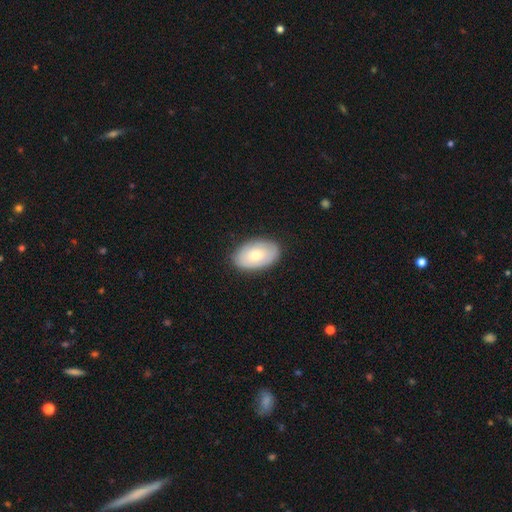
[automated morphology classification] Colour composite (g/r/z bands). It shows a smooth galaxy with no disk features (64%) that is in between round and cigar-shaped (92%). Merging: none (85%).